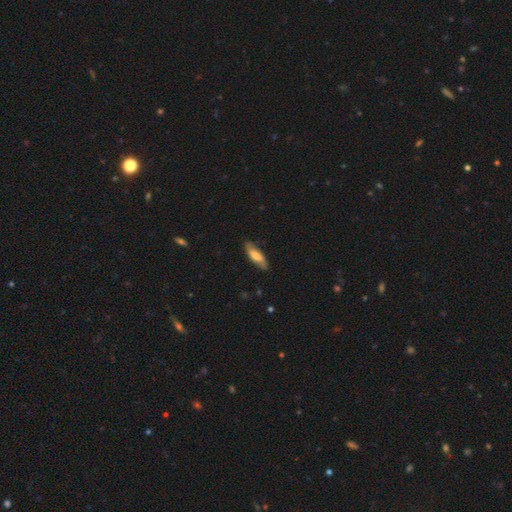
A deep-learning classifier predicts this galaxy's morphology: Smooth or featured: smooth — 51% (featured or disk — 43%)
How rounded: in between — 58% (cigar-shaped — 40%)
Merging: none — 79% (minor disturbance — 16%)